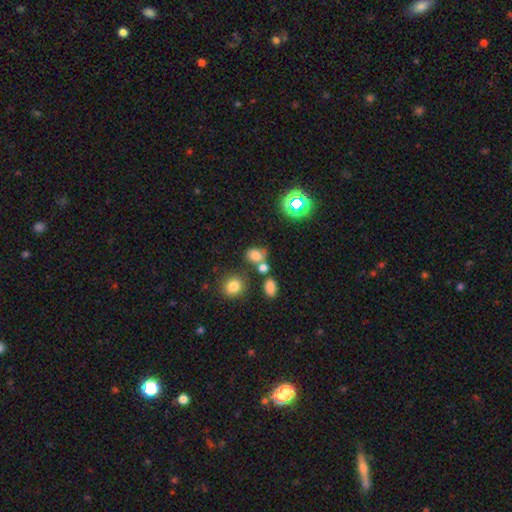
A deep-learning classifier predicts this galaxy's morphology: Smooth or featured: smooth — 67% (star or artifact — 22%)
How rounded: in between — 53% (round — 46%)
Merging: none — 49% (merger — 27%)